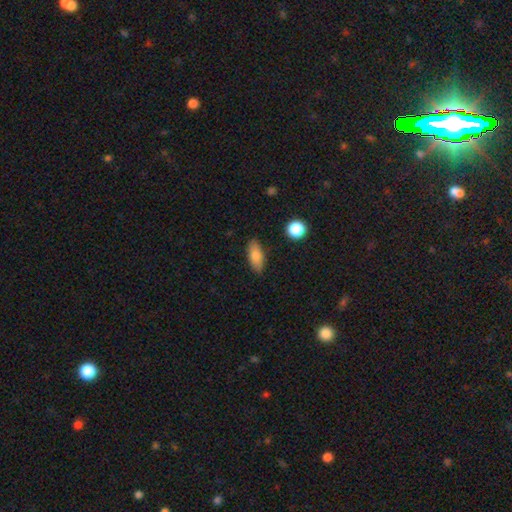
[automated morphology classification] A smooth galaxy with no disk features (81%) that is in between round and cigar-shaped (83%). Merging: none (85%).